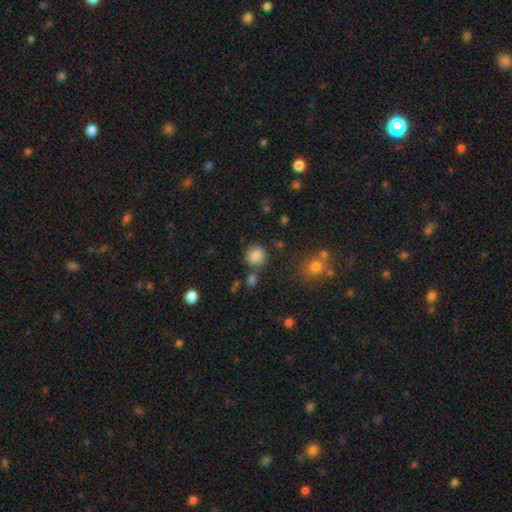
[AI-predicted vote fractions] Overall: smooth (84%). How rounded: round (87%). Merging: none (77%).